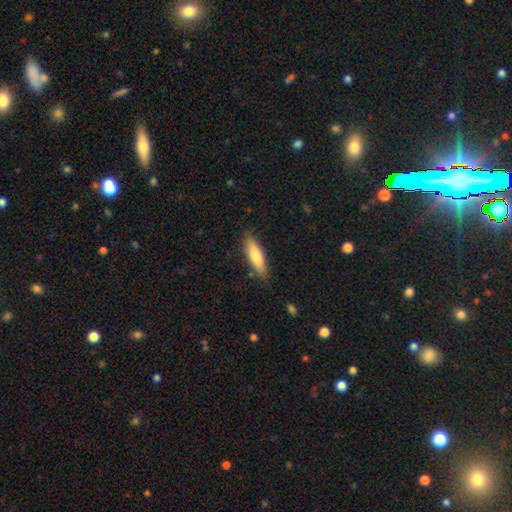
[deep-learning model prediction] Morphology: type=smooth (76%); roundness=cigar-shaped (56%); merging=none (84%).